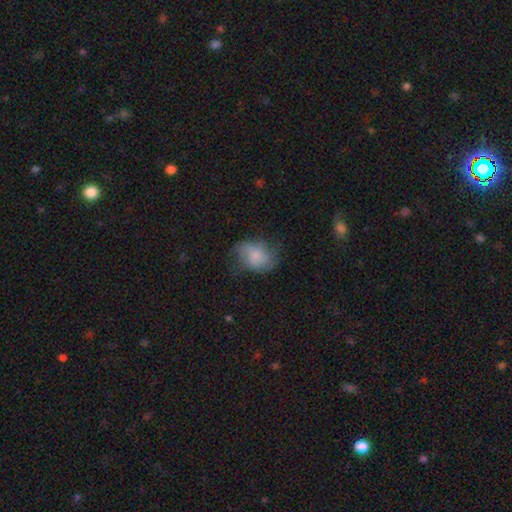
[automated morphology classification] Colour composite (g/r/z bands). It shows a smooth galaxy with no disk features (67%) that is in between round and cigar-shaped (65%). Merging: none (49%).